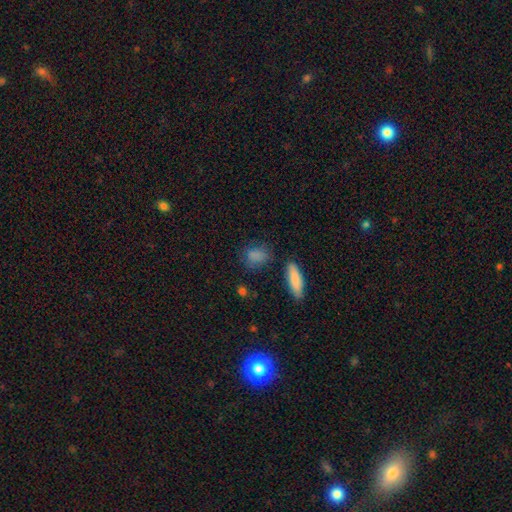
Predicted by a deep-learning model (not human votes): Morphology: type=smooth (82%); roundness=in between (66%); merging=none (69%).